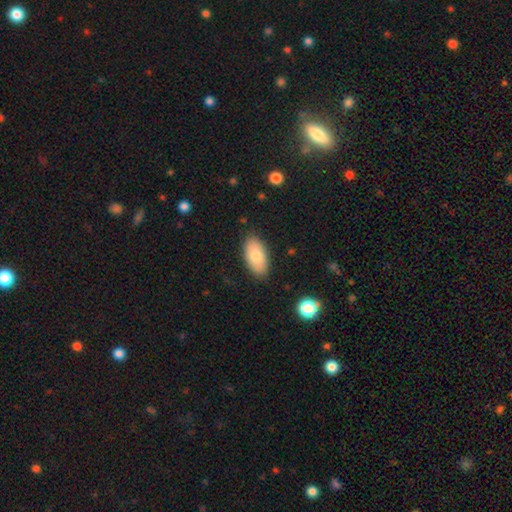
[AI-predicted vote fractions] The model was most divided on "smooth or featured": smooth: 79%, featured or disk: 15%, star or artifact: 6%. More confident: how rounded — in between (94%); merging — none (85%).